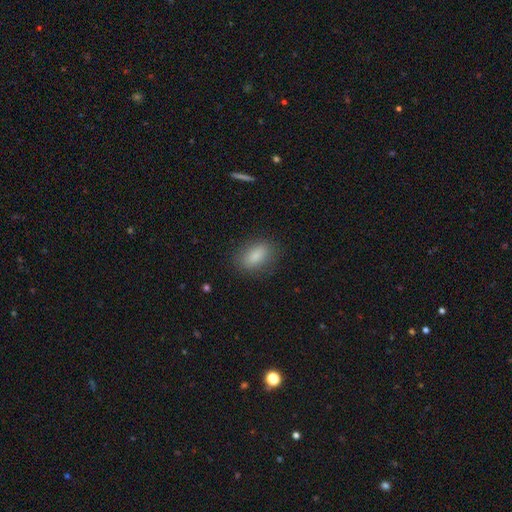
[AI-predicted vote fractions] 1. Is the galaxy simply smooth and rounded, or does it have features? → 85% smooth, 8% star or artifact, 7% featured or disk.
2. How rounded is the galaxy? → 84% in between, 10% round, 7% cigar-shaped.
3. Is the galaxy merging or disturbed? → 84% none, 11% minor disturbance, 4% major disturbance, 1% merger.